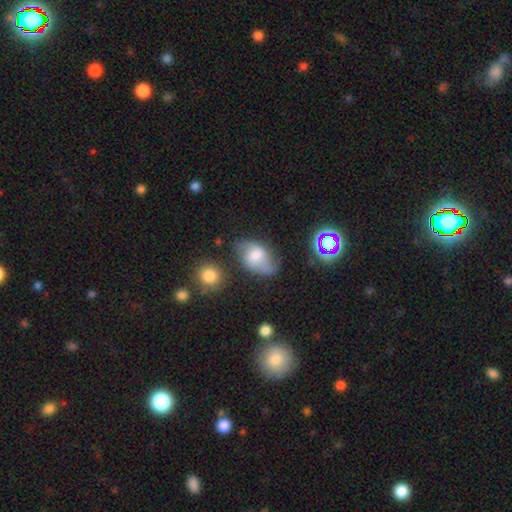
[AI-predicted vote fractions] Smooth or featured: smooth — 51% (featured or disk — 38%)
How rounded: in between — 86% (round — 13%)
Merging: none — 52% (minor disturbance — 31%)